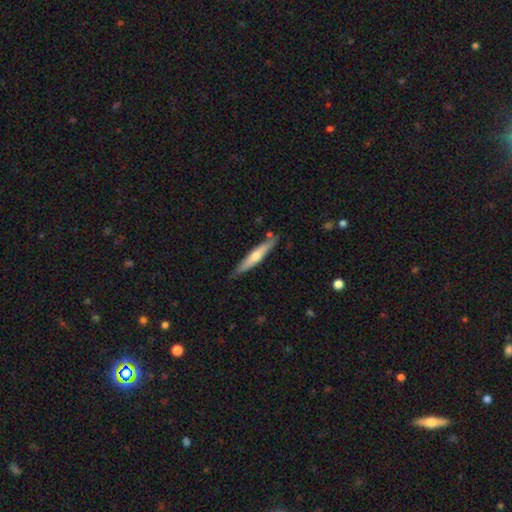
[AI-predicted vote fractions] Q: Smooth or featured?
A: featured or disk (48%); runner-up: smooth (47%)
Q: Merging?
A: none (82%); runner-up: minor disturbance (13%)